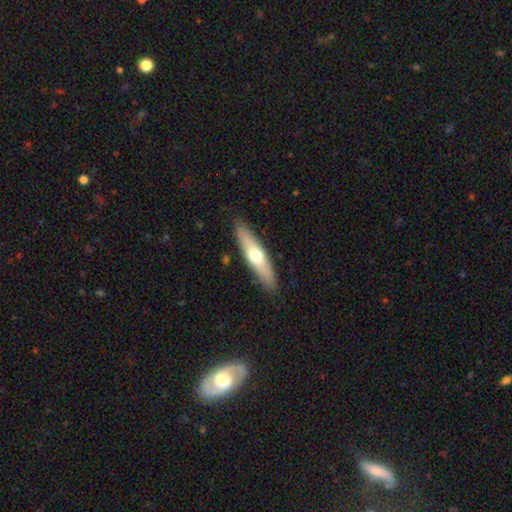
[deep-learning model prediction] Q: Smooth or featured?
A: smooth (52%); runner-up: featured or disk (43%)
Q: How rounded?
A: cigar-shaped (74%); runner-up: in between (24%)
Q: Merging?
A: none (88%); runner-up: minor disturbance (9%)